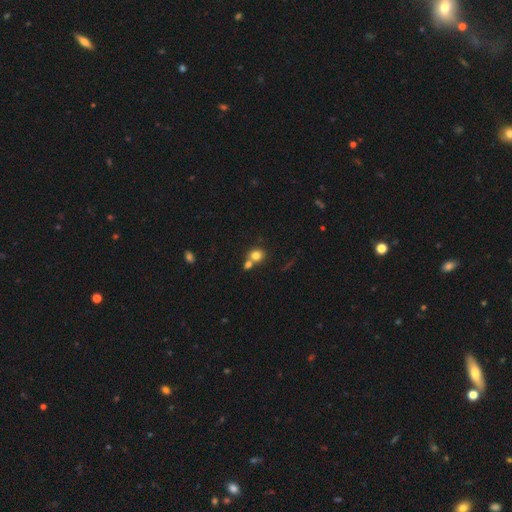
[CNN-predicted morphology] Overall: smooth (78%). How rounded: round (76%). Merging: none (48%; merger 41%).